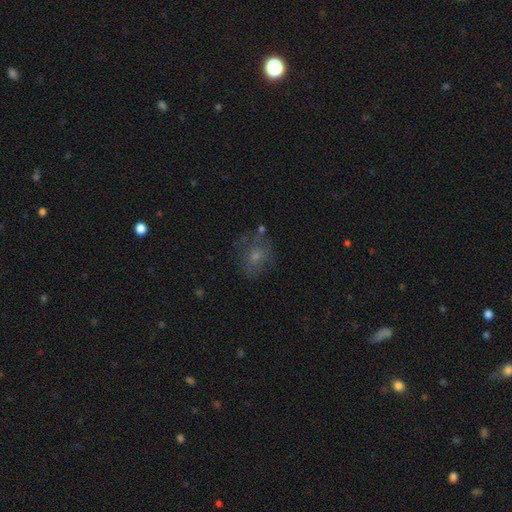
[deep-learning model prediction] Morphology: type=smooth (52%); roundness=round (58%); merging=none (60%).